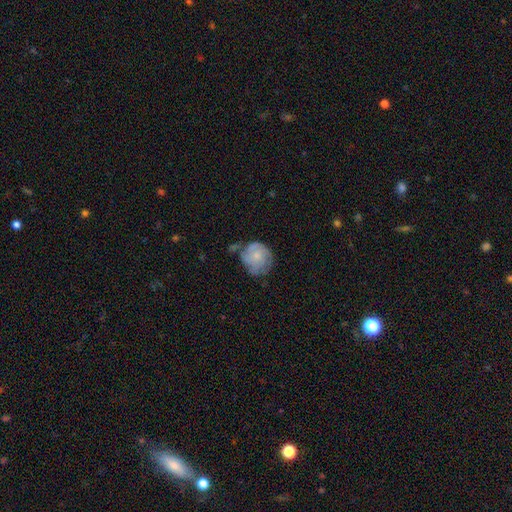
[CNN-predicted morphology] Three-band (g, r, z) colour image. It shows a featured or disk galaxy (51%). Merging: none (51%).